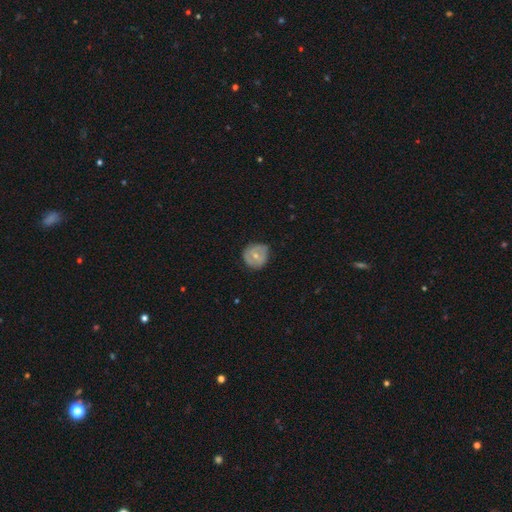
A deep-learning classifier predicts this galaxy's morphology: Overall: smooth (49%; featured or disk 43%). Merging: none (69%).